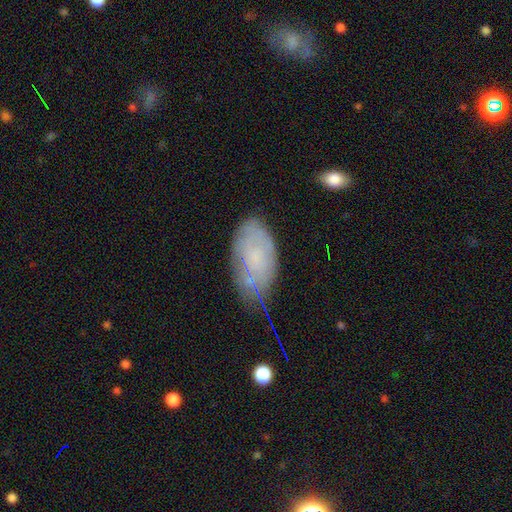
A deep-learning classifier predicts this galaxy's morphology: type=smooth (52%); roundness=in between (93%); merging=none (41%).